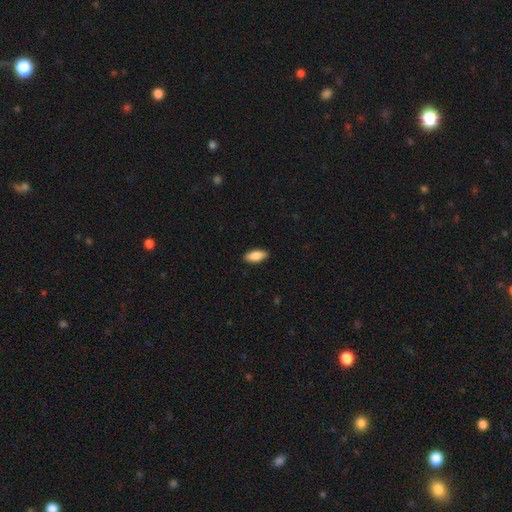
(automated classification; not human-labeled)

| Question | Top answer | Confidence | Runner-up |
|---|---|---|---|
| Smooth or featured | smooth | 87% | featured or disk (7%) |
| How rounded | in between | 88% | cigar-shaped (9%) |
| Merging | none | 89% | minor disturbance (8%) |